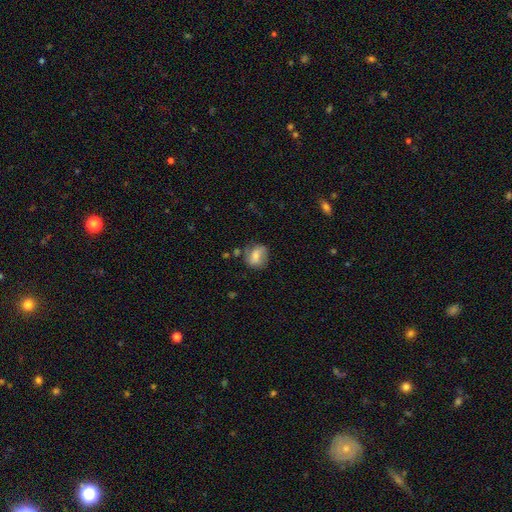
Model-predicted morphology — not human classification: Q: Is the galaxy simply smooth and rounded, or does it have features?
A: smooth — 64%.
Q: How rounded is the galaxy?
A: round — 58%.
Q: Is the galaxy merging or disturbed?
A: none — 64%.